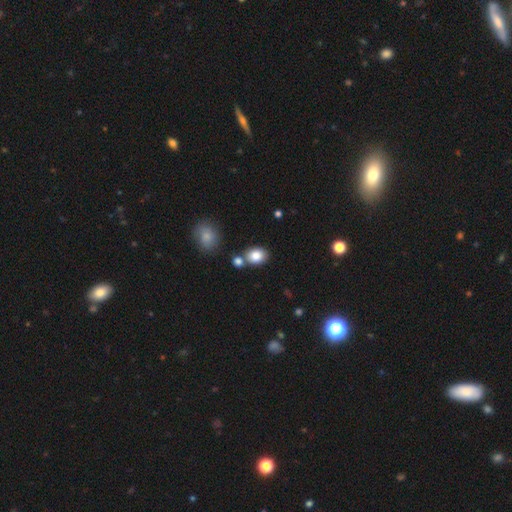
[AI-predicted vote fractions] Smooth or featured: smooth — 84% (star or artifact — 9%)
How rounded: in between — 59% (round — 40%)
Merging: none — 67% (merger — 18%)